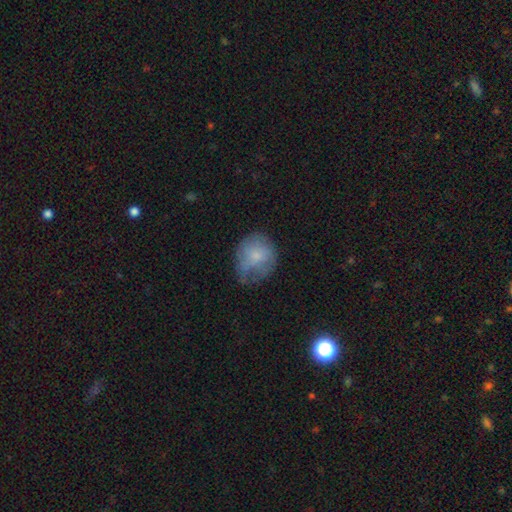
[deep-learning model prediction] Q: Smooth or featured?
A: smooth (67%); runner-up: featured or disk (24%)
Q: How rounded?
A: round (64%); runner-up: in between (35%)
Q: Merging?
A: none (44%); runner-up: minor disturbance (35%)